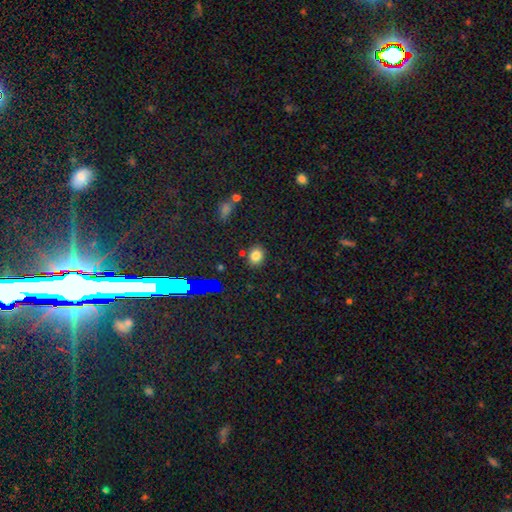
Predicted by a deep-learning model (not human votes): A smooth galaxy with no disk features (79%) that is round (54%).

Vote fractions:
- Smooth or featured? smooth: 79% / star or artifact: 15% / featured or disk: 7%
- How rounded? round: 54% / in between: 45% / cigar-shaped: 1%
- Merging? none: 83% / minor disturbance: 10% / merger: 4% / major disturbance: 3%